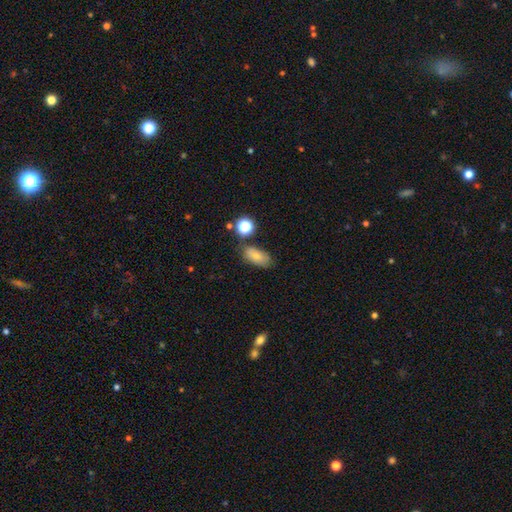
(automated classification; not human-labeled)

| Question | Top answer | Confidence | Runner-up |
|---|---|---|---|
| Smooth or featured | smooth | 74% | featured or disk (15%) |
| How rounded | in between | 88% | round (7%) |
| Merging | none | 67% | minor disturbance (20%) |